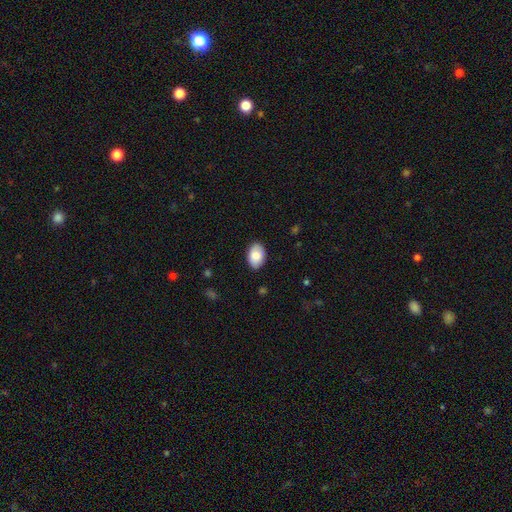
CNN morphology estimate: This appears to be a smooth galaxy with no disk features (83%) that is in between round and cigar-shaped (90%). Merging: none (87%).